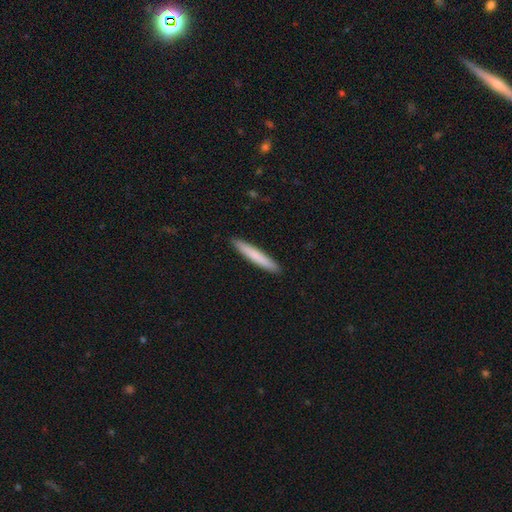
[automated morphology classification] type=smooth (79%); roundness=cigar-shaped (96%); merging=none (92%).